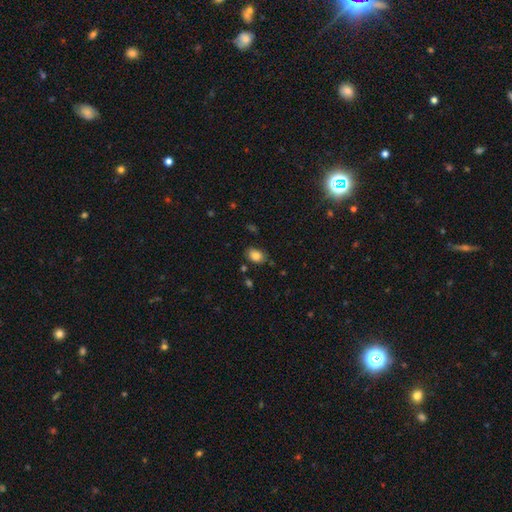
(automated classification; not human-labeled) Smooth or featured: smooth — 83% (star or artifact — 10%)
How rounded: in between — 79% (round — 19%)
Merging: none — 80% (minor disturbance — 13%)